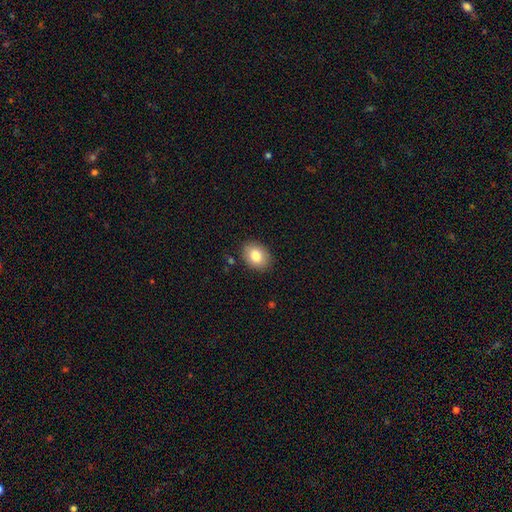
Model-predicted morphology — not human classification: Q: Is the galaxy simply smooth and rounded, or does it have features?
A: smooth — 83%.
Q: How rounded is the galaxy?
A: in between — 68%.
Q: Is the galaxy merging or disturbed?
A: none — 86%.